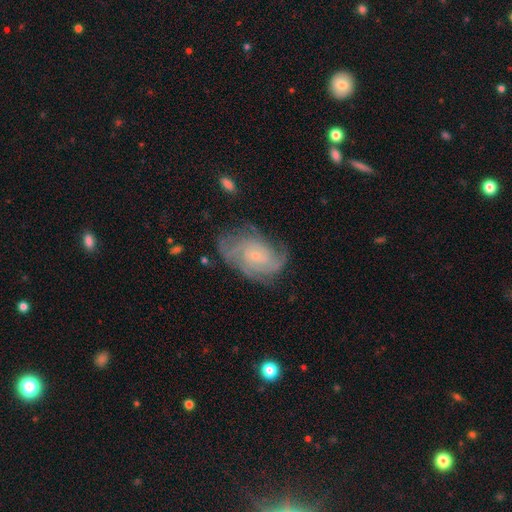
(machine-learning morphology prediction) A featured or disk galaxy (82%) with no bar (71%), tight (56%) spiral arms (94%) and a small central bulge (78%).

Vote fractions:
- Smooth or featured? featured or disk: 82% / smooth: 11% / star or artifact: 7%
- Edge-on disk? no: 97% / yes: 3%
- Bar? no: 71% / weak: 25% / strong: 4%
- Spiral arms? yes: 94% / no: 6%
- Spiral winding? tight: 56% / medium: 34% / loose: 10%
- Spiral arm count? can't tell: 31% / 3: 24% / 2: 19% / 4: 14% / more than 4: 6% / 1: 6%
- Bulge size? small: 78% / moderate: 16% / none: 4% / large: 1% / dominant: 1%
- Merging? none: 63% / minor disturbance: 23% / major disturbance: 12% / merger: 2%